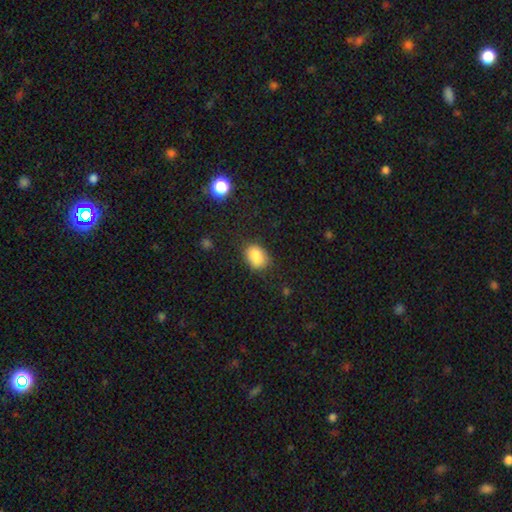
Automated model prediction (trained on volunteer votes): Smooth or featured: smooth — 86% (star or artifact — 9%)
How rounded: in between — 75% (round — 24%)
Merging: none — 72% (minor disturbance — 20%)